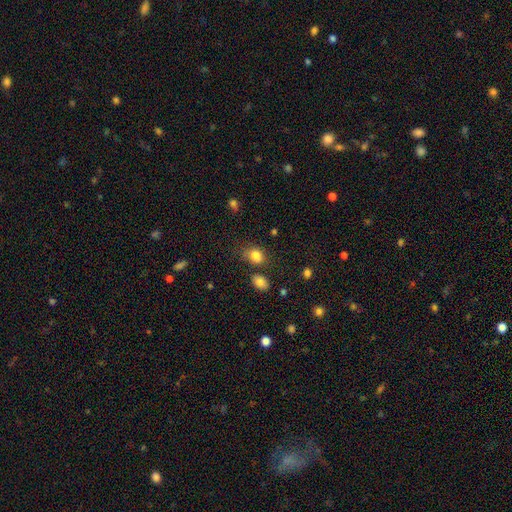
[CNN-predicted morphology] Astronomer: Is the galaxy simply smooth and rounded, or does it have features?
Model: smooth — 83%.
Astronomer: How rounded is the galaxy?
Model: in between — 59% (runner-up: round, 40%).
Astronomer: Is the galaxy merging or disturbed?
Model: none — 60%.